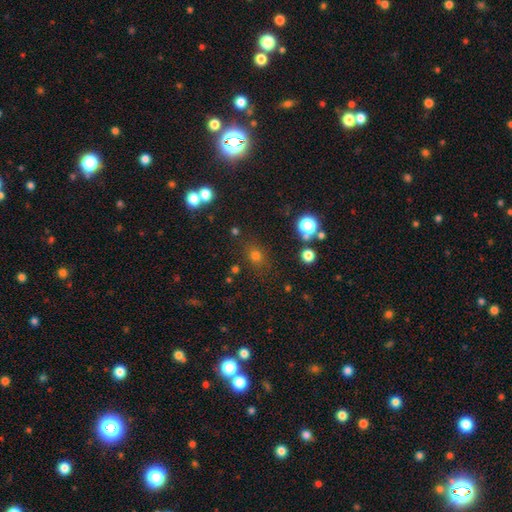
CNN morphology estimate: Smooth or featured? smooth (68%)
How rounded? round (70%)
Merging? none (80%)